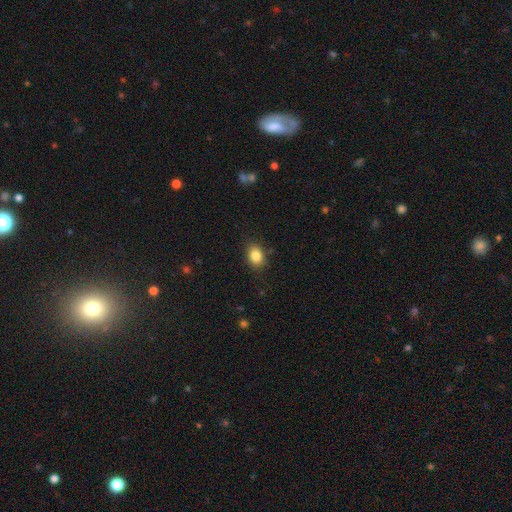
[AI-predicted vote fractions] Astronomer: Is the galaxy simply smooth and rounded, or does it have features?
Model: smooth — 85%.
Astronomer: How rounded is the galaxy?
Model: in between — 70%.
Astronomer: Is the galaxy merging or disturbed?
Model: none — 84%.